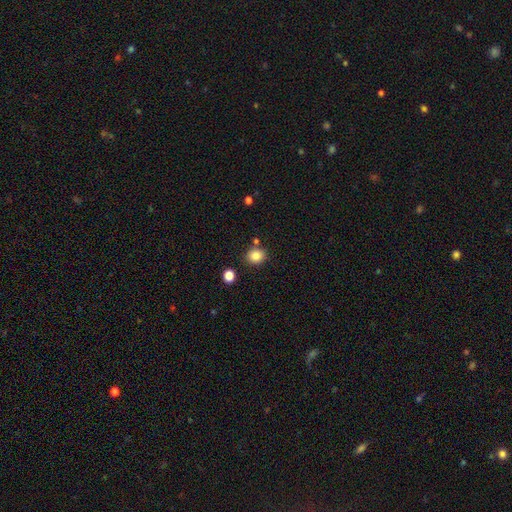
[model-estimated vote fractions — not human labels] This is clearly a smooth galaxy (85%). How rounded: likely round (70%). Merging: clearly none (81%).